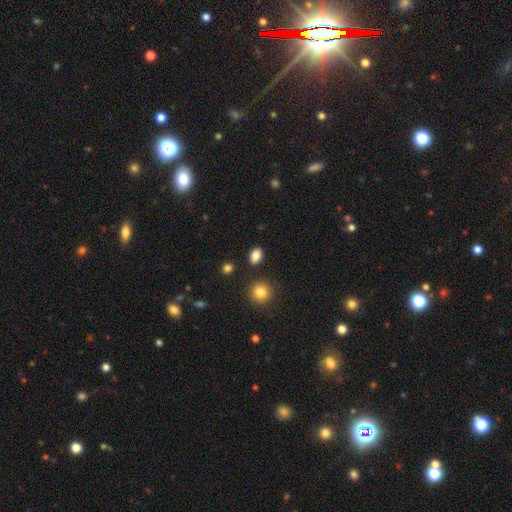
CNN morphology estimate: smooth-or-featured: smooth: 86% | star or artifact: 10% | featured or disk: 4%
  how-rounded: in between: 79% | round: 20% | cigar-shaped: 2%
  merging: none: 87% | minor disturbance: 8% | merger: 3% | major disturbance: 2%